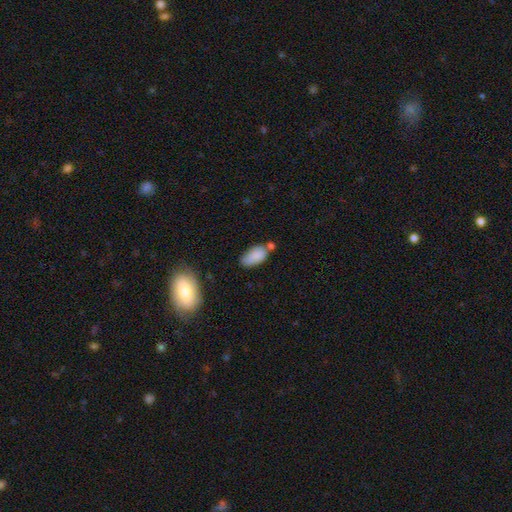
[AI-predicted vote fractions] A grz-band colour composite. It shows a smooth galaxy with no disk features (85%) that is in between round and cigar-shaped (91%). Merging: none (54%).